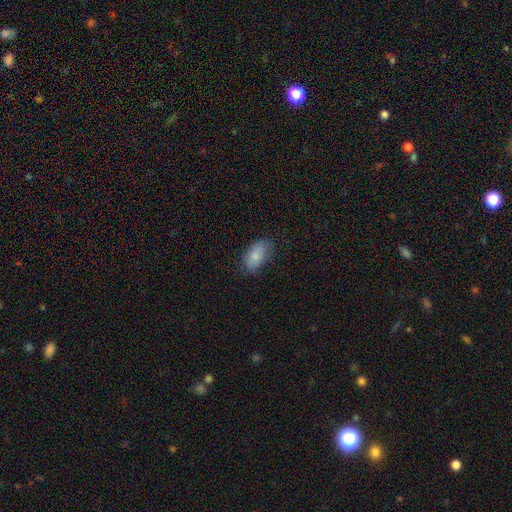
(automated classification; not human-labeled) Smooth or featured: smooth — 84% (featured or disk — 9%)
How rounded: in between — 92% (round — 4%)
Merging: none — 78% (minor disturbance — 17%)